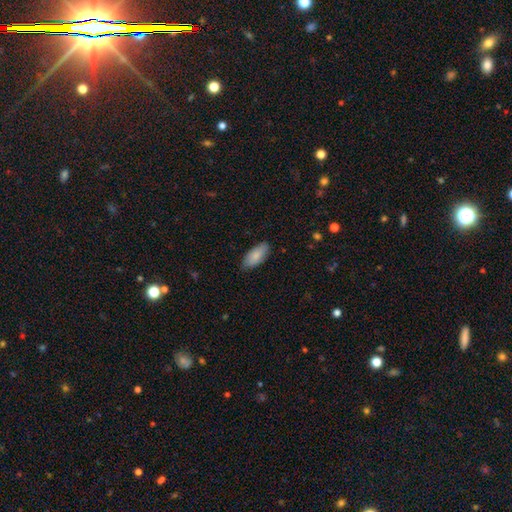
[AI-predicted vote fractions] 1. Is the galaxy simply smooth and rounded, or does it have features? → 84% smooth, 10% featured or disk, 6% star or artifact.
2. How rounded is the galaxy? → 87% in between, 11% cigar-shaped, 2% round.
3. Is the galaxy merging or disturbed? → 82% none, 15% minor disturbance, 2% major disturbance, 1% merger.